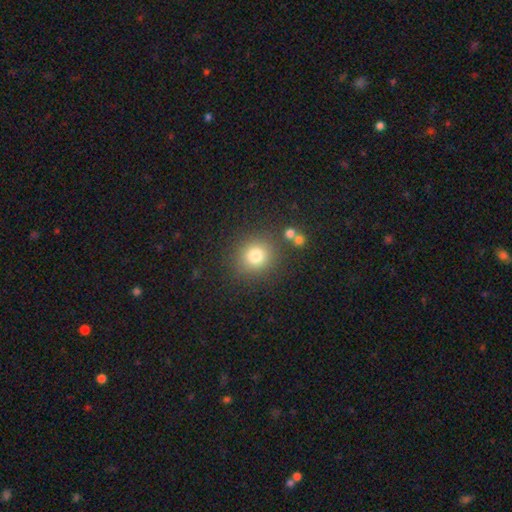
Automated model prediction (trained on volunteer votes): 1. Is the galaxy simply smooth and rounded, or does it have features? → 78% smooth, 14% star or artifact, 8% featured or disk.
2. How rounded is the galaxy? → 88% round, 12% in between, 1% cigar-shaped.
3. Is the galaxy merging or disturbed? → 84% none, 8% minor disturbance, 5% merger, 3% major disturbance.